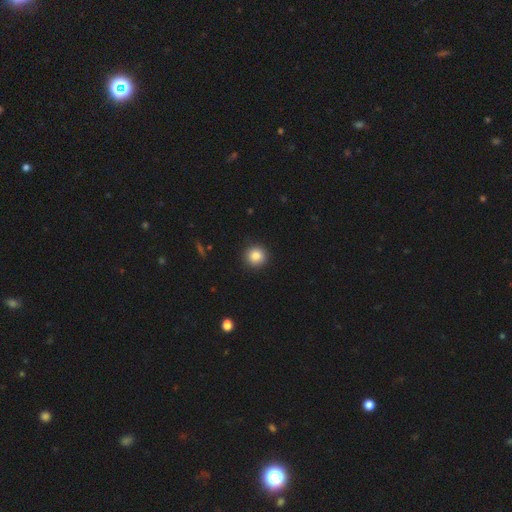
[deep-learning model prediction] smooth-or-featured: smooth: 86% | star or artifact: 10% | featured or disk: 5%
  how-rounded: round: 94% | in between: 5% | cigar-shaped: 1%
  merging: none: 92% | minor disturbance: 5% | major disturbance: 2% | merger: 1%